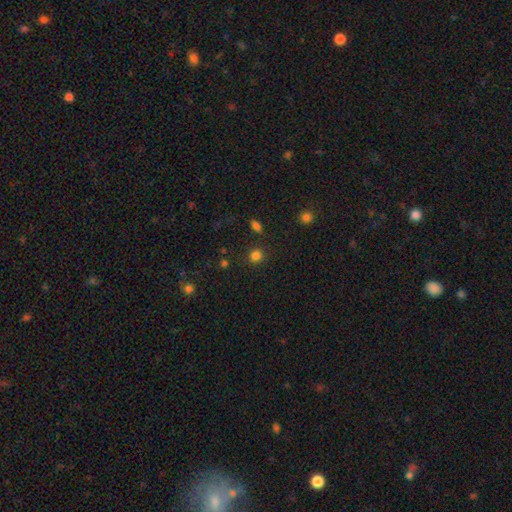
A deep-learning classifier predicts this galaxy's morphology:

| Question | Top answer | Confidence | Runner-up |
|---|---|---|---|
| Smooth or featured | smooth | 81% | star or artifact (15%) |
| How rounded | round | 83% | in between (16%) |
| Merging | none | 83% | minor disturbance (9%) |